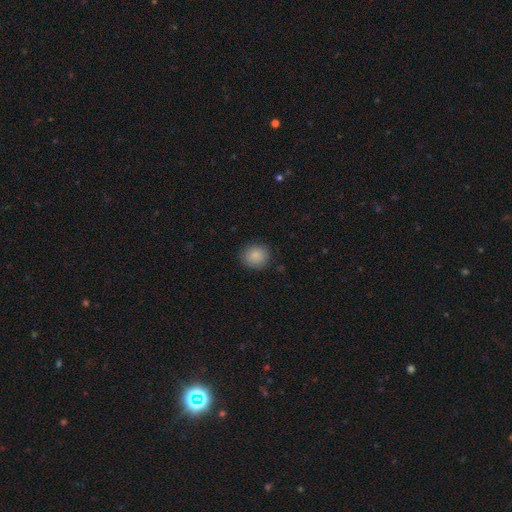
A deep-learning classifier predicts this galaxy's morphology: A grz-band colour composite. It shows a smooth galaxy with no disk features (87%) that is round (81%). Merging: none (86%).